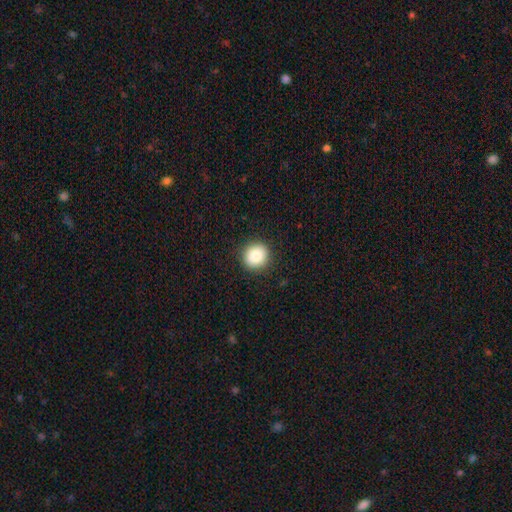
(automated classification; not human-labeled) Smooth or featured?
  - smooth: 87% *
  - star or artifact: 9%
  - featured or disk: 4%
How rounded?
  - round: 86% *
  - in between: 13%
  - cigar-shaped: 1%
Merging?
  - none: 90% *
  - minor disturbance: 7%
  - major disturbance: 2%
  - merger: 1%